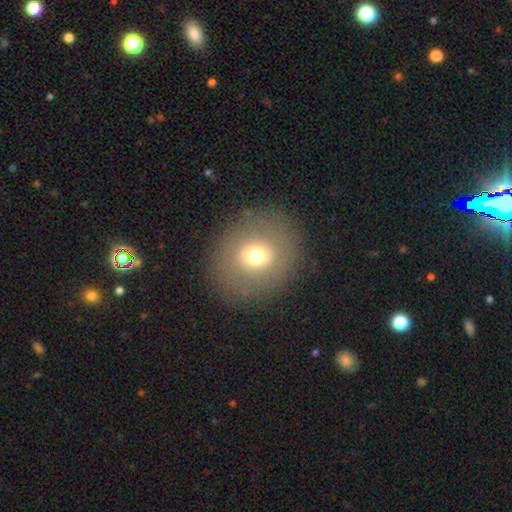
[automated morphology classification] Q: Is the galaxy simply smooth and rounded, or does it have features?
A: smooth — 63%.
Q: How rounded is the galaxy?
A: round — 81%.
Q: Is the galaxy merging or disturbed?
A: none — 86%.